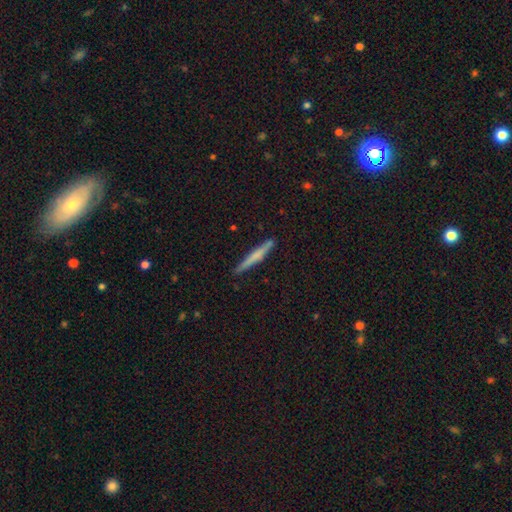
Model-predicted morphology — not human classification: Q: Smooth or featured?
A: smooth (52%); runner-up: featured or disk (43%)
Q: How rounded?
A: cigar-shaped (96%); runner-up: in between (3%)
Q: Merging?
A: none (89%); runner-up: minor disturbance (8%)